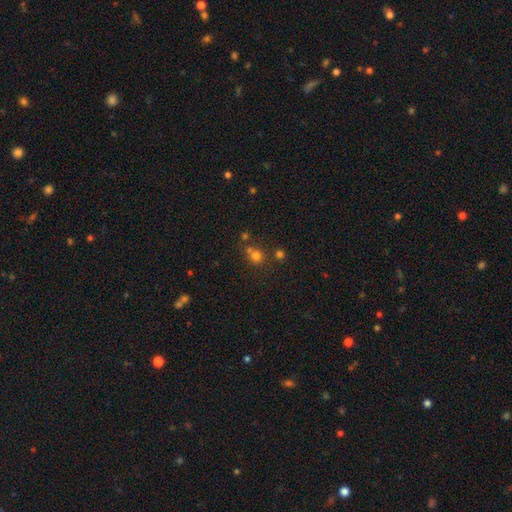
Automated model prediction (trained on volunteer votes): smooth-or-featured: smooth: 71% | star or artifact: 20% | featured or disk: 9%
  how-rounded: round: 85% | in between: 14% | cigar-shaped: 1%
  merging: none: 56% | merger: 32% | minor disturbance: 9% | major disturbance: 4%